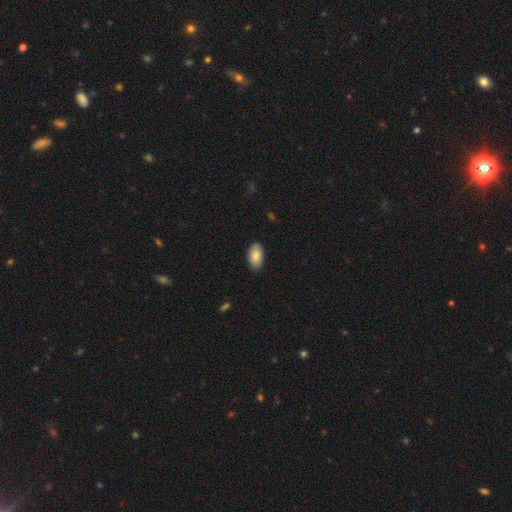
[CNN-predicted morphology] Overall: smooth (85%). How rounded: in between (95%). Merging: none (87%).